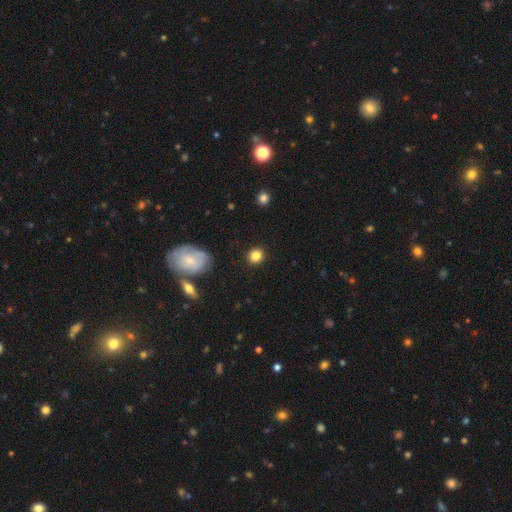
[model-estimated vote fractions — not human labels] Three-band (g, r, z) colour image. It shows a smooth galaxy with no disk features (84%) that is round (87%). Merging: none (90%).